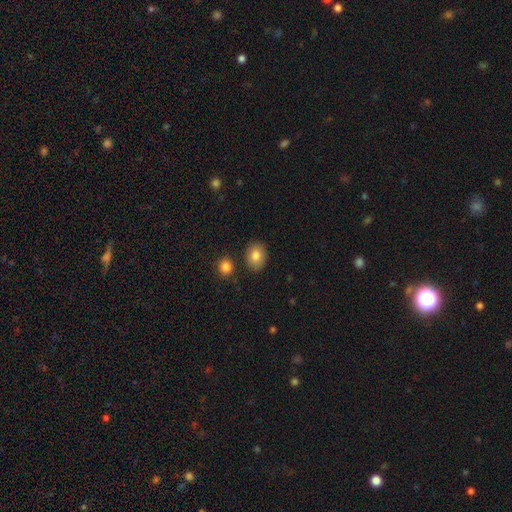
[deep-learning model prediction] smooth_or_featured: smooth (p=0.83) [alt: featured or disk p=0.09]
how_rounded: in between (p=0.59) [alt: round p=0.40]
merging: none (p=0.84) [alt: minor disturbance p=0.10]